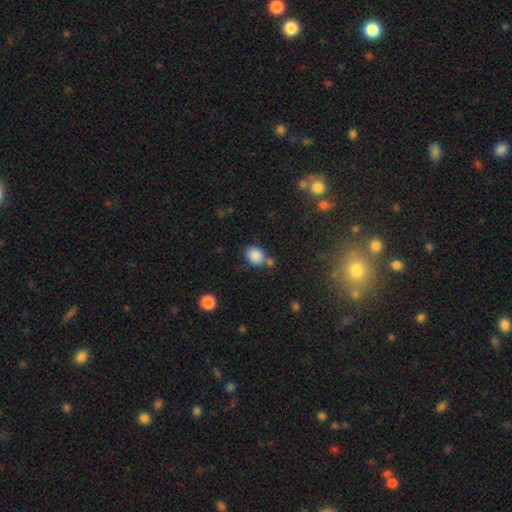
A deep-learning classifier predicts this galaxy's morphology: smooth_or_featured: smooth (p=0.85) [alt: star or artifact p=0.10]
how_rounded: round (p=0.53) [alt: in between p=0.46]
merging: none (p=0.62) [alt: merger p=0.18]